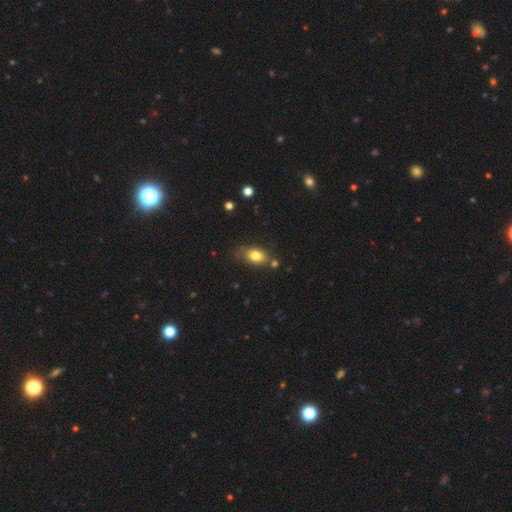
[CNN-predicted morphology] smooth_or_featured: smooth (p=0.80) [alt: featured or disk p=0.11]
how_rounded: in between (p=0.82) [alt: round p=0.15]
merging: none (p=0.68) [alt: minor disturbance p=0.20]